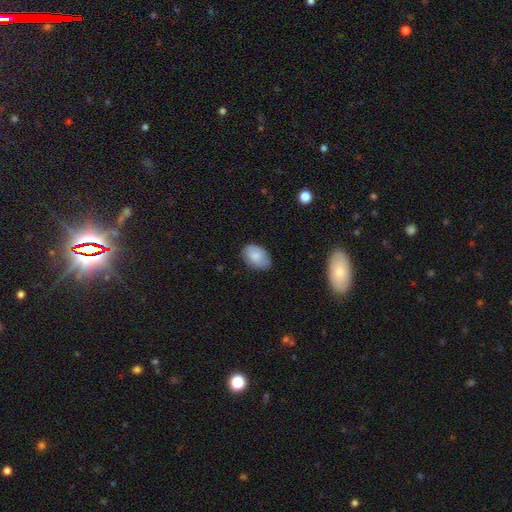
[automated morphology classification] Smooth or featured: smooth — 81% (featured or disk — 12%)
How rounded: in between — 87% (round — 12%)
Merging: none — 75% (minor disturbance — 20%)